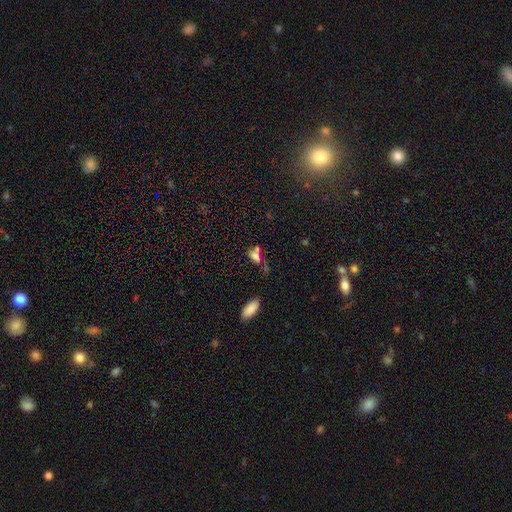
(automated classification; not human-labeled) The model was most divided on "merging": none: 35%, merger: 32%, minor disturbance: 17%, major disturbance: 16%. More confident: how rounded — in between (75%); smooth or featured — smooth (68%).